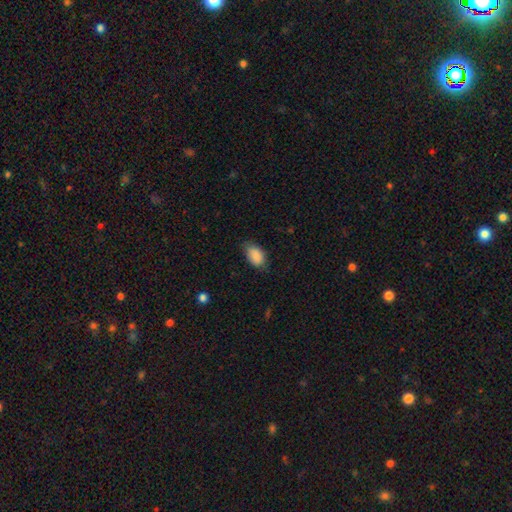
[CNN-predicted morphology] smooth-or-featured: smooth: 88% | star or artifact: 7% | featured or disk: 5%
  how-rounded: in between: 90% | round: 8% | cigar-shaped: 1%
  merging: none: 69% | minor disturbance: 25% | major disturbance: 5% | merger: 1%